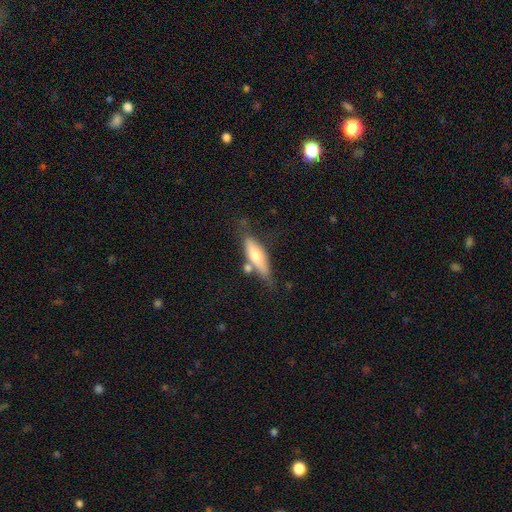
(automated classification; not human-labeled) smooth-or-featured: smooth: 55% | featured or disk: 39% | star or artifact: 6%
  how-rounded: cigar-shaped: 54% | in between: 44% | round: 2%
  merging: none: 57% | minor disturbance: 21% | merger: 15% | major disturbance: 7%